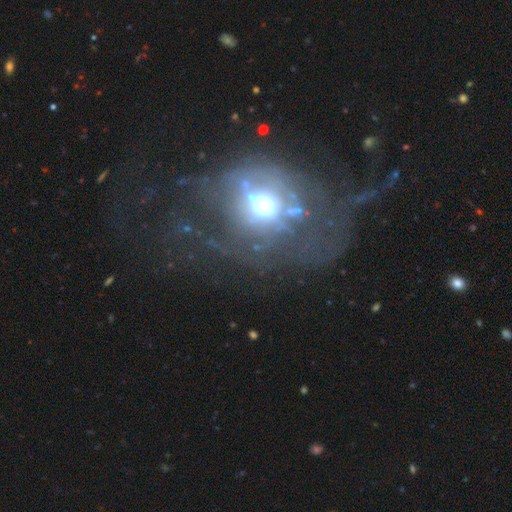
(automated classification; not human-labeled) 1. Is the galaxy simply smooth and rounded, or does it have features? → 56% featured or disk, 22% smooth, 22% star or artifact.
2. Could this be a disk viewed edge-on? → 90% no, 10% yes.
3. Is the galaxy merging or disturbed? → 47% major disturbance, 31% none, 15% minor disturbance, 7% merger.